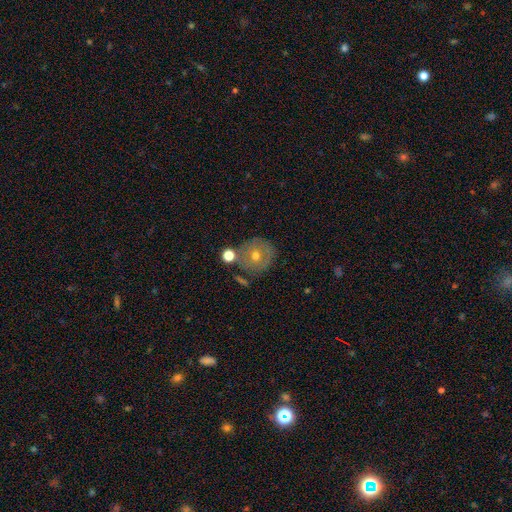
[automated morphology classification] smooth 45%, featured or disk 42%, star or artifact 13%. Down the decision tree: merging — none (72%).